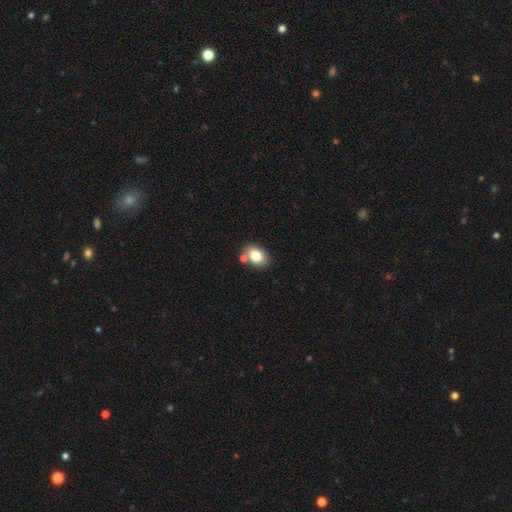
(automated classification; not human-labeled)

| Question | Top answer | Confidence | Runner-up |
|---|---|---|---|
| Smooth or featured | smooth | 80% | featured or disk (11%) |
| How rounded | in between | 69% | round (30%) |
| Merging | none | 66% | merger (18%) |